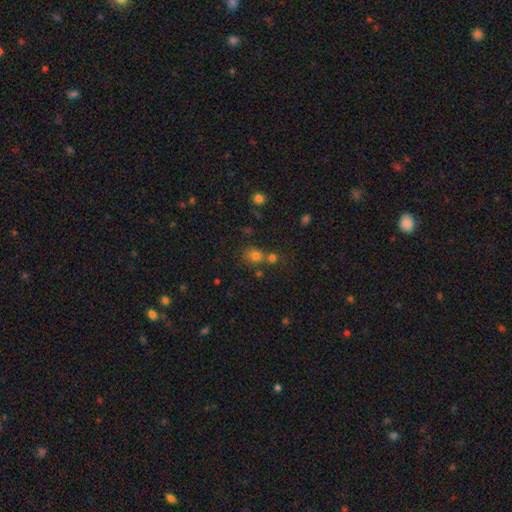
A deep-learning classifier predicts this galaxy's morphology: The model was most divided on "merging": none: 48%, merger: 37%, minor disturbance: 10%, major disturbance: 5%. More confident: how rounded — round (71%); smooth or featured — smooth (70%).